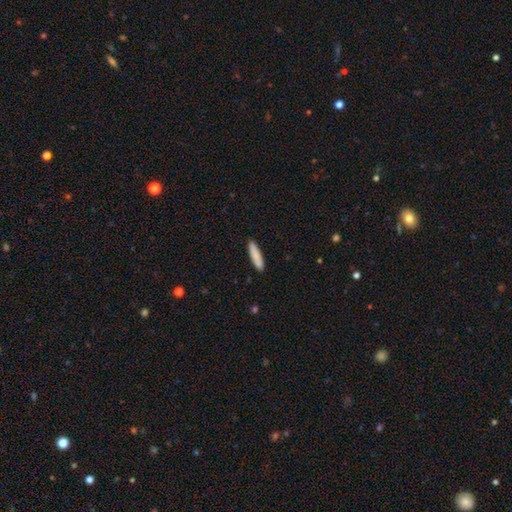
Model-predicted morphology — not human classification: Q: Smooth or featured?
A: smooth (86%); runner-up: featured or disk (8%)
Q: How rounded?
A: cigar-shaped (82%); runner-up: in between (17%)
Q: Merging?
A: none (89%); runner-up: minor disturbance (8%)